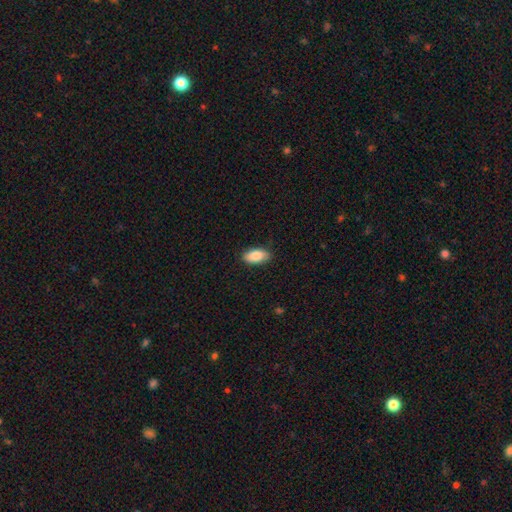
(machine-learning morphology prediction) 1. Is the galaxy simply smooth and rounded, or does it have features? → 86% smooth, 7% featured or disk, 6% star or artifact.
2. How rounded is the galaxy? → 92% in between, 6% cigar-shaped, 3% round.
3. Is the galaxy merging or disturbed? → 86% none, 11% minor disturbance, 2% major disturbance, 1% merger.